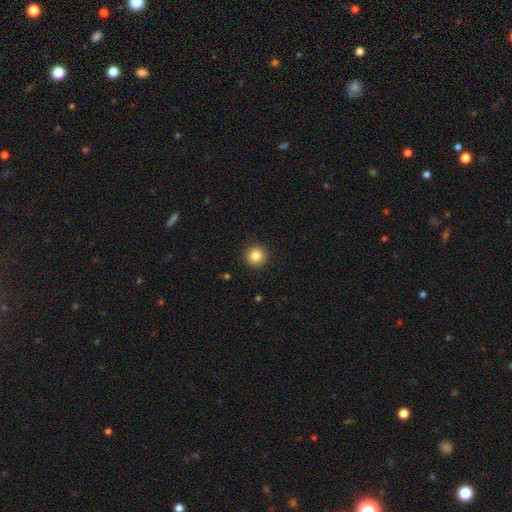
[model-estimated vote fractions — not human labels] Smooth or featured: smooth — 85% (star or artifact — 10%)
How rounded: round — 95% (in between — 4%)
Merging: none — 92% (minor disturbance — 5%)